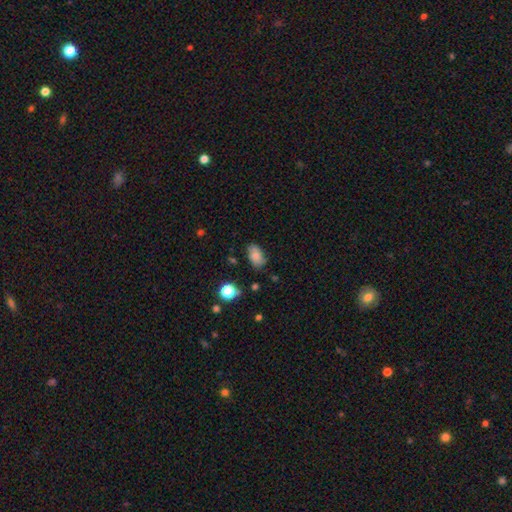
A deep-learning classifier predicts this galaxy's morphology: A smooth galaxy with no disk features (79%) that is in between round and cigar-shaped (91%). Merging: none (73%).